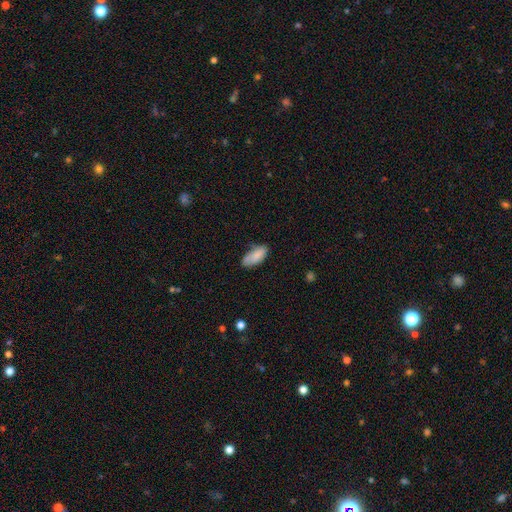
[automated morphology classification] A smooth galaxy with no disk features (82%) that is in between round and cigar-shaped (87%).

Vote fractions:
- Smooth or featured? smooth: 82% / featured or disk: 12% / star or artifact: 7%
- How rounded? in between: 87% / cigar-shaped: 11% / round: 2%
- Merging? none: 60% / minor disturbance: 30% / major disturbance: 6% / merger: 3%